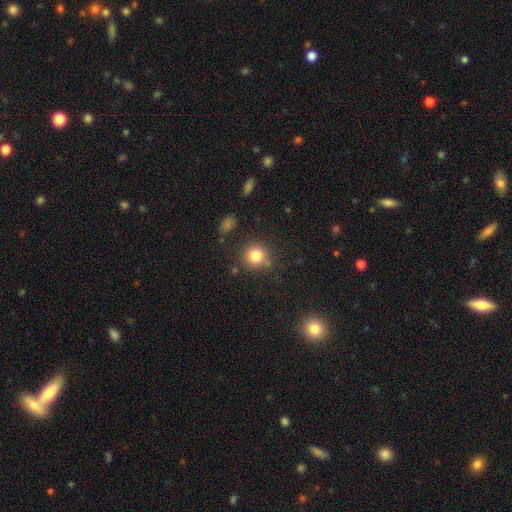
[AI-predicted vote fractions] Smooth or featured: smooth — 82% (star or artifact — 11%)
How rounded: round — 90% (in between — 9%)
Merging: none — 80% (minor disturbance — 12%)